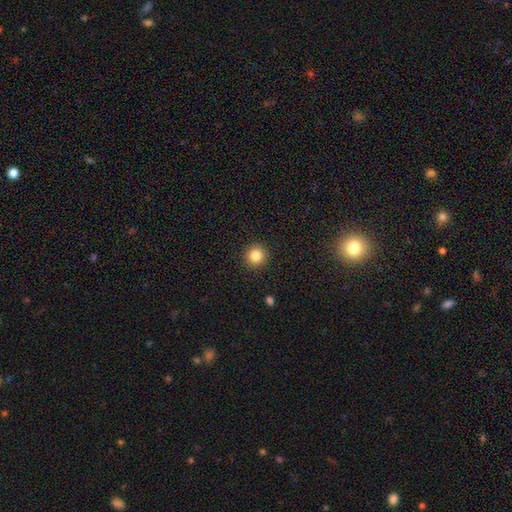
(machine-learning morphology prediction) Q: Smooth or featured?
A: smooth (83%); runner-up: star or artifact (11%)
Q: How rounded?
A: round (94%); runner-up: in between (5%)
Q: Merging?
A: none (93%); runner-up: minor disturbance (5%)